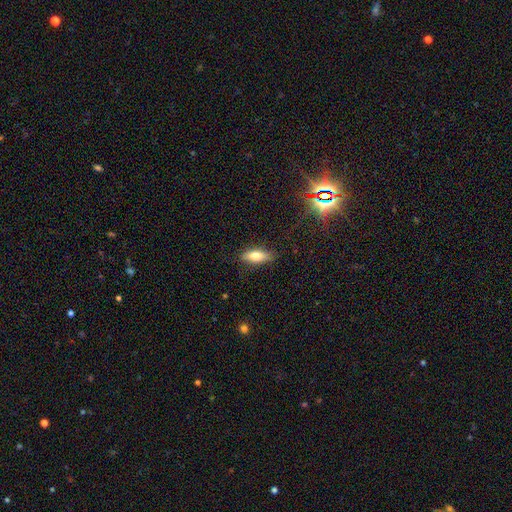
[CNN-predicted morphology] Smooth or featured: smooth — 73% (featured or disk — 19%)
How rounded: in between — 68% (cigar-shaped — 29%)
Merging: none — 83% (minor disturbance — 13%)